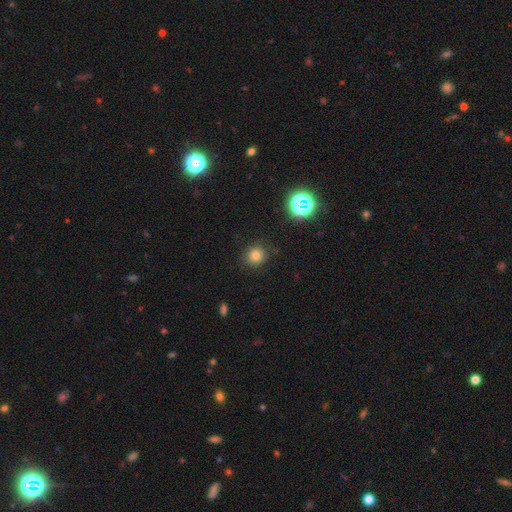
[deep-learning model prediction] This is likely a smooth galaxy (76%). How rounded: clearly round (90%). Merging: clearly none (87%).